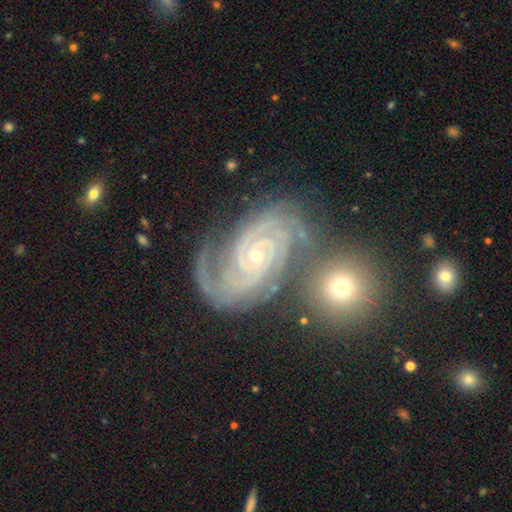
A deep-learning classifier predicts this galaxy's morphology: smooth-or-featured: featured or disk: 91% | star or artifact: 6% | smooth: 3%
  disk-edge-on: no: 97% | yes: 3%
    bar: no: 66% | weak: 25% | strong: 9%
    has-spiral-arms: yes: 99% | no: 1%
      spiral-winding: tight: 69% | medium: 27% | loose: 4%
      spiral-arm-count: 2: 48% | 3: 23% | can't tell: 11% | 4: 7% | more than 4: 5% | 1: 5%
    bulge-size: small: 75% | moderate: 22% | none: 1% | large: 1% | dominant: 1%
  merging: none: 63% | minor disturbance: 17% | merger: 12% | major disturbance: 8%